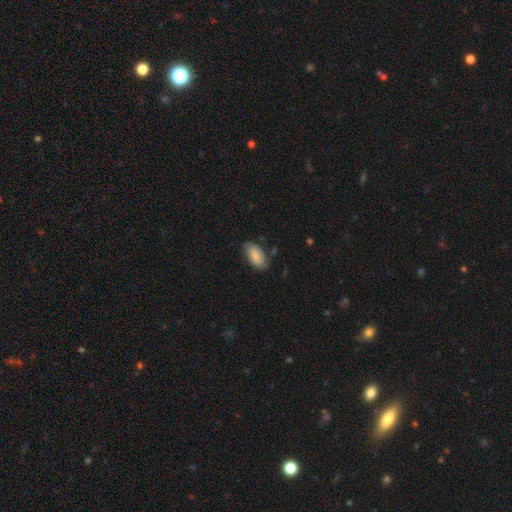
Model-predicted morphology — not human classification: smooth 82%, featured or disk 11%, star or artifact 6%. Down the decision tree: how rounded — in between (93%); merging — none (74%).